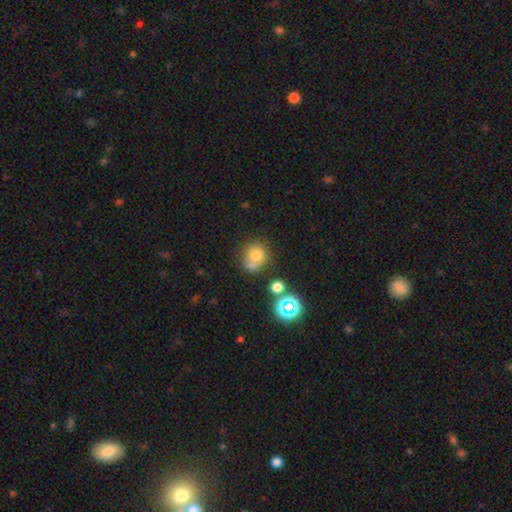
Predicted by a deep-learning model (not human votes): Morphology: type=smooth (72%); roundness=round (85%); merging=none (52%).